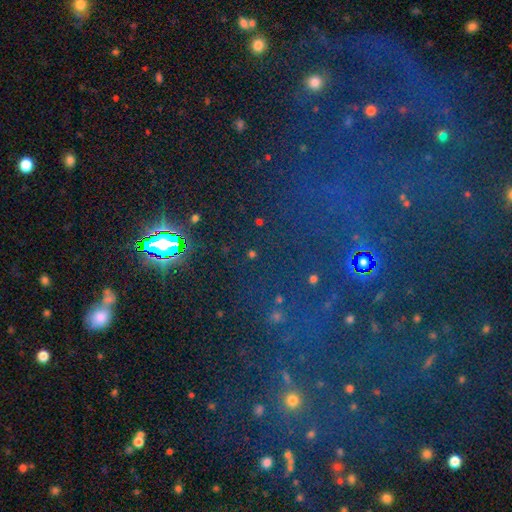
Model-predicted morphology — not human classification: Smooth or featured? star or artifact (74%)